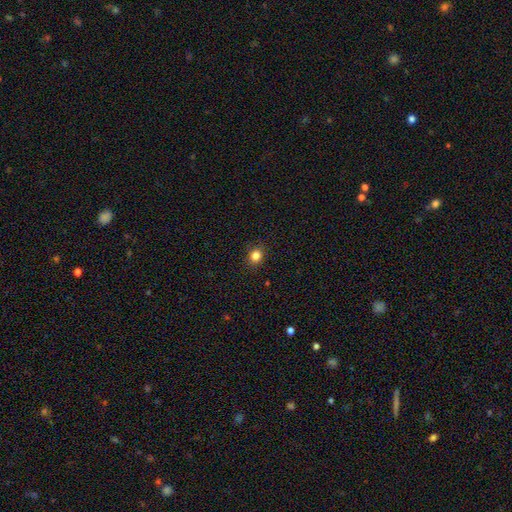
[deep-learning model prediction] A smooth galaxy with no disk features (84%) that is round (69%).

Vote fractions:
- Smooth or featured? smooth: 84% / star or artifact: 12% / featured or disk: 5%
- How rounded? round: 69% / in between: 30% / cigar-shaped: 1%
- Merging? none: 89% / minor disturbance: 8% / major disturbance: 2% / merger: 1%